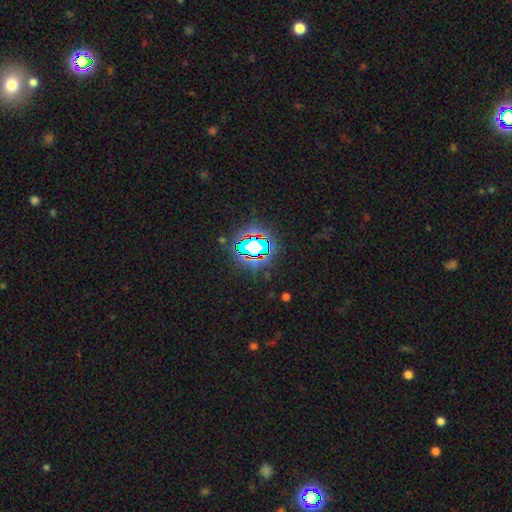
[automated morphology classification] smooth-or-featured: star or artifact: 79% | smooth: 12% | featured or disk: 9%